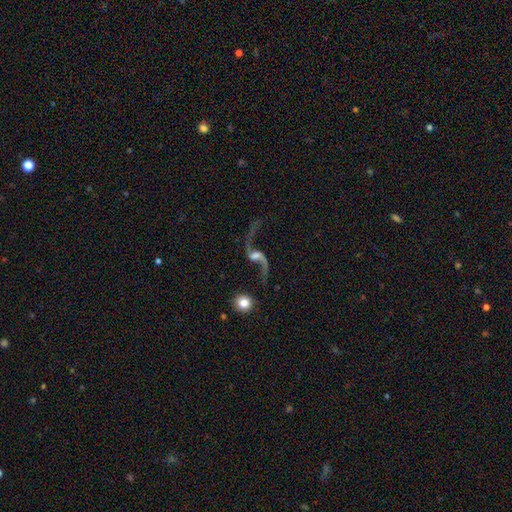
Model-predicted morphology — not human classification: A featured or disk galaxy (88%) with no bar (42%, tied with weak), 2 (93%) loose (95%) spiral arms (95%) and a small central bulge (37%).

Vote fractions:
- Smooth or featured? featured or disk: 88% / star or artifact: 6% / smooth: 6%
- Edge-on disk? no: 95% / yes: 5%
- Bar? no: 42% (tied) / weak: 42% (tied) / strong: 17%
- Spiral arms? yes: 95% / no: 5%
- Spiral winding? loose: 95% / medium: 3% / tight: 1%
- Spiral arm count? 2: 93% / 1: 3% / can't tell: 1% / 3: 1% / 4: 1% / more than 4: 1%
- Bulge size? small: 37% / moderate: 31% / none: 19% / large: 10% / dominant: 3%
- Merging? none: 62% / major disturbance: 18% / minor disturbance: 14% / merger: 7%